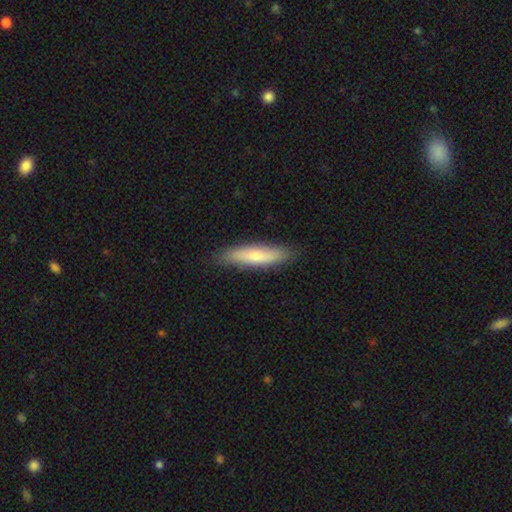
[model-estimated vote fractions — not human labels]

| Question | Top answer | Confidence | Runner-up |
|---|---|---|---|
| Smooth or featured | smooth | 67% | featured or disk (27%) |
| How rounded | cigar-shaped | 76% | in between (22%) |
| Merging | none | 86% | minor disturbance (11%) |